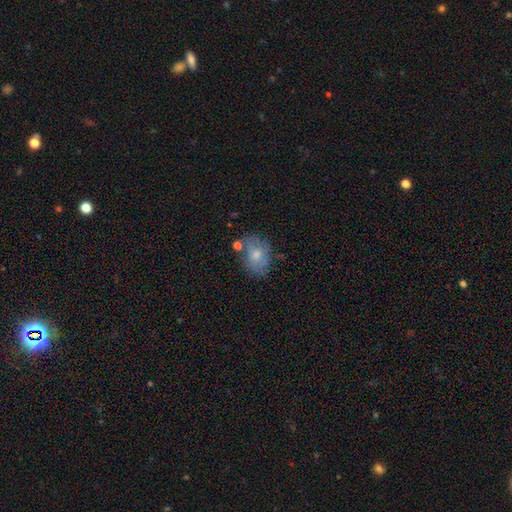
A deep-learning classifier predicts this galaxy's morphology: Smooth or featured: smooth — 53% (featured or disk — 33%)
How rounded: in between — 66% (round — 33%)
Merging: none — 67% (minor disturbance — 20%)